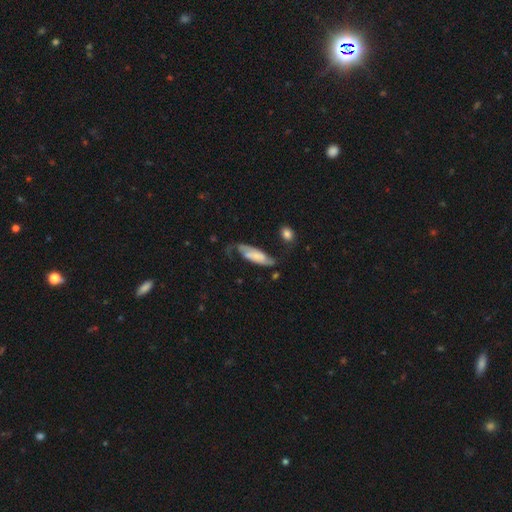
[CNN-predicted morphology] type=featured or disk (55%); edge-on=no (85%); merging=none (48%).